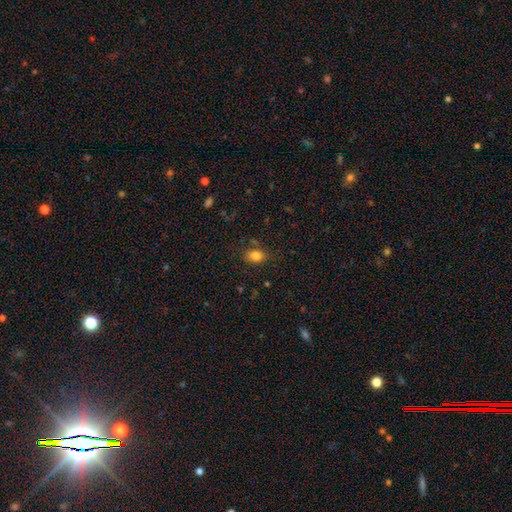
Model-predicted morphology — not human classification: Smooth or featured: smooth — 82% (star or artifact — 11%)
How rounded: in between — 76% (round — 23%)
Merging: none — 78% (minor disturbance — 14%)